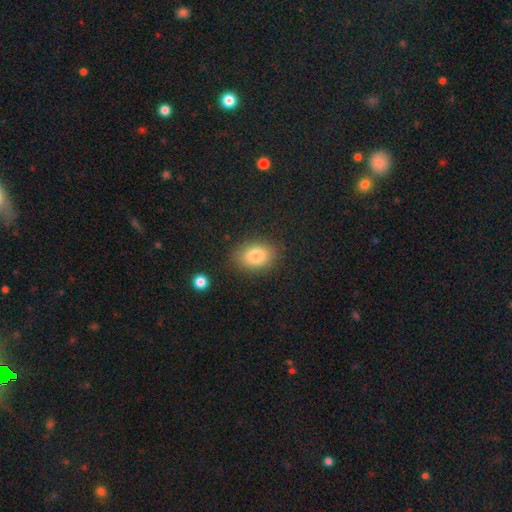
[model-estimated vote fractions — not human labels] Overall: smooth (82%). How rounded: in between (74%). Merging: none (84%).